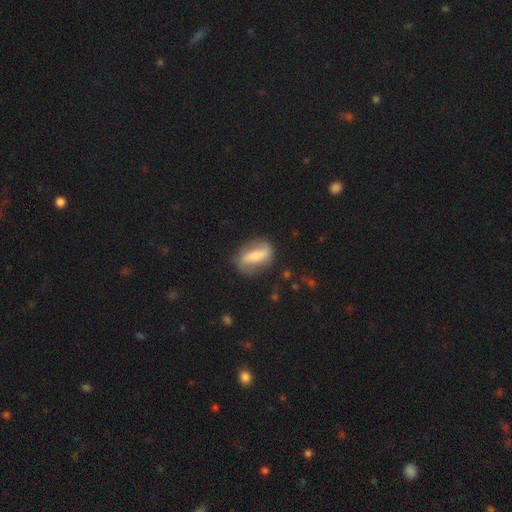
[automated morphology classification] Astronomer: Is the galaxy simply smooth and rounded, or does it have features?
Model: featured or disk — 60%.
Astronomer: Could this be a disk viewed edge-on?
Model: no — 86%.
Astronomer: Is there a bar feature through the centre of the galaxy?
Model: strong — 61%.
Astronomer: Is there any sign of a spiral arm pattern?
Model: yes — 73%.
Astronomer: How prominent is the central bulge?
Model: small — 41% (runner-up: moderate, 32%).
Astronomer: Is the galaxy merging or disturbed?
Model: none — 75%.